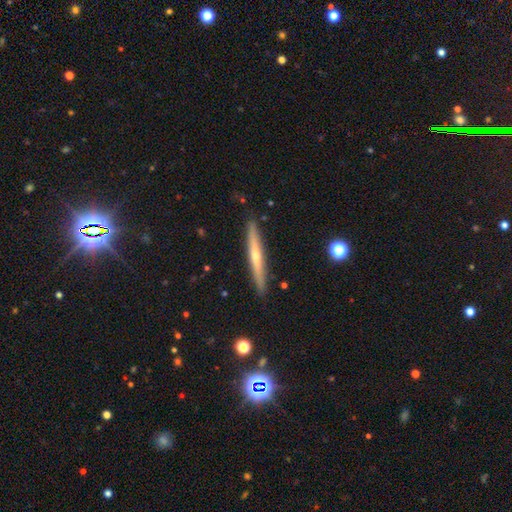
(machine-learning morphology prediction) Smooth or featured? featured or disk (60%)
Edge-on disk? yes (96%)
Edge-on bulge? rounded (68%)
Merging? none (90%)